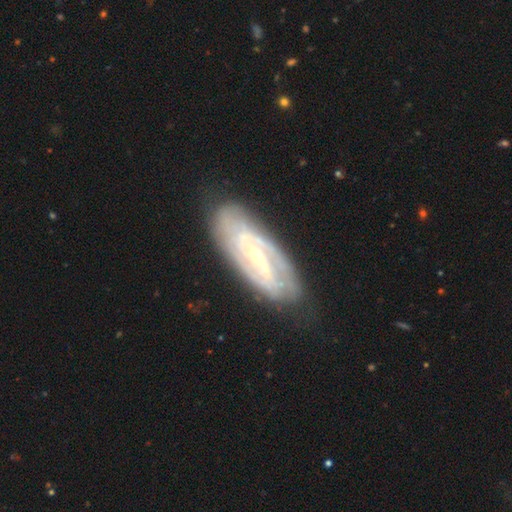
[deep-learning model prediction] The model was most divided on "bar": weak: 41%, no: 32%, strong: 27%. More confident: spiral arms — yes (91%); edge-on disk — no (90%); smooth or featured — featured or disk (84%); merging — none (78%); bulge size — small (62%); spiral winding — tight (55%); spiral arm count — 2 (51%).